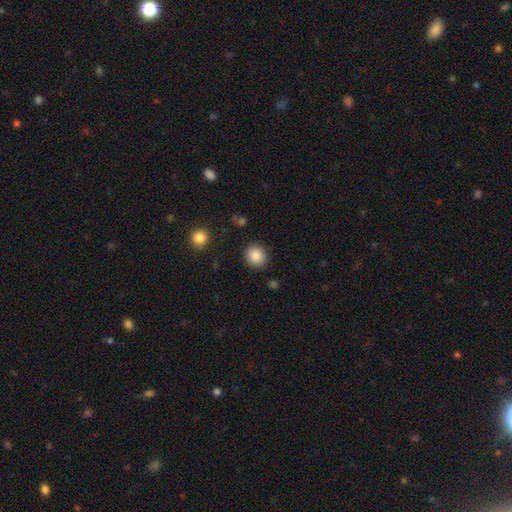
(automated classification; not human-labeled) Q: Smooth or featured?
A: smooth (87%); runner-up: star or artifact (9%)
Q: How rounded?
A: round (81%); runner-up: in between (18%)
Q: Merging?
A: none (89%); runner-up: minor disturbance (7%)